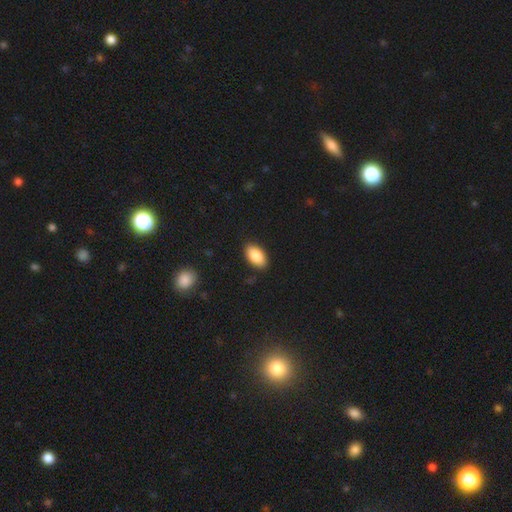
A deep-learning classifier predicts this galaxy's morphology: Smooth or featured? Predicted: smooth (p=0.88). How rounded? Predicted: in between (p=0.94). Merging? Predicted: none (p=0.88).